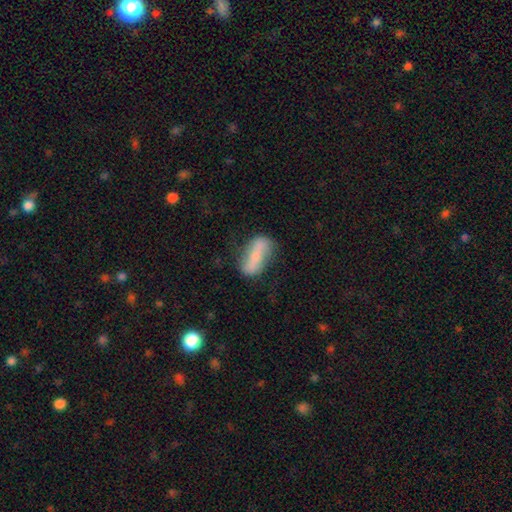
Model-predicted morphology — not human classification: smooth-or-featured: smooth: 53% | featured or disk: 39% | star or artifact: 7%
  how-rounded: in between: 59% | cigar-shaped: 37% | round: 4%
  merging: none: 66% | minor disturbance: 22% | major disturbance: 8% | merger: 4%